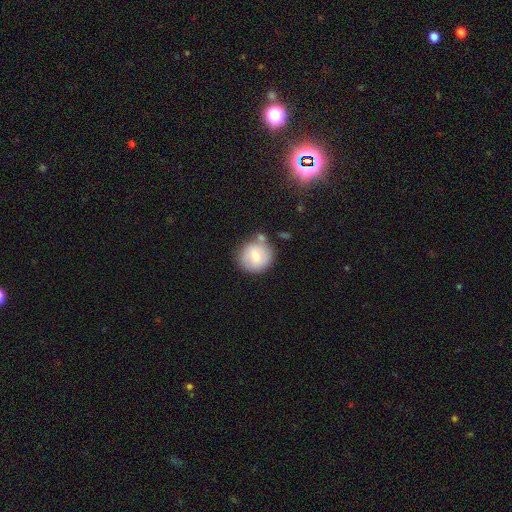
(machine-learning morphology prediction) smooth 72%, featured or disk 20%, star or artifact 8%. Down the decision tree: how rounded — round (92%); merging — none (72%).